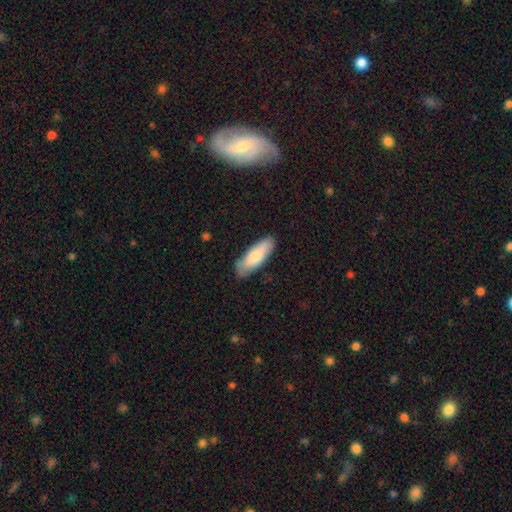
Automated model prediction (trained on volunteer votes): Overall: smooth (77%). How rounded: in between (60%; cigar-shaped 39%). Merging: none (81%).